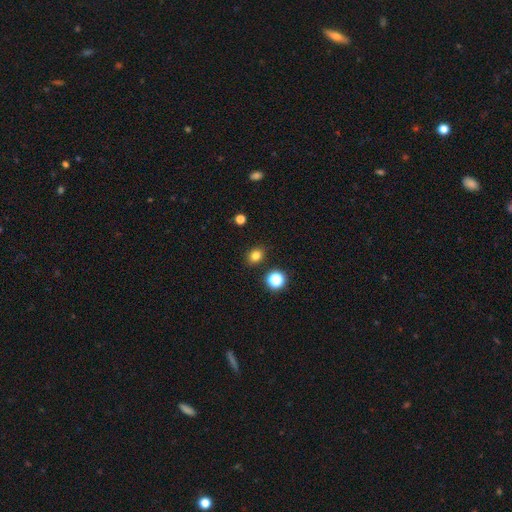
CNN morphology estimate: This appears to be a smooth galaxy with no disk features (80%) that is round (53%). Merging: none (86%).